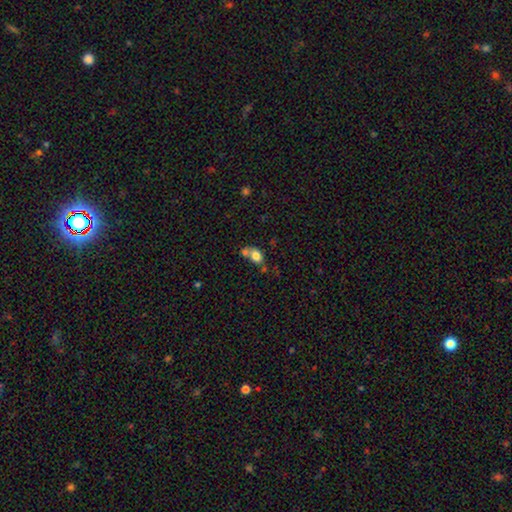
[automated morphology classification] Smooth or featured: smooth — 76% (featured or disk — 14%)
How rounded: in between — 58% (round — 41%)
Merging: merger — 48% (none — 33%)